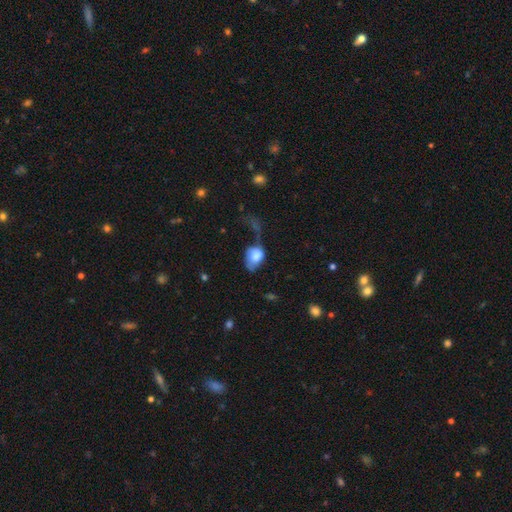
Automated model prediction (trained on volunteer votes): A smooth galaxy with no disk features (68%) that is in between round and cigar-shaped (69%).

Vote fractions:
- Smooth or featured? smooth: 68% / featured or disk: 24% / star or artifact: 8%
- How rounded? in between: 69% / round: 30% / cigar-shaped: 1%
- Merging? major disturbance: 39% / minor disturbance: 29% / none: 23% / merger: 9%